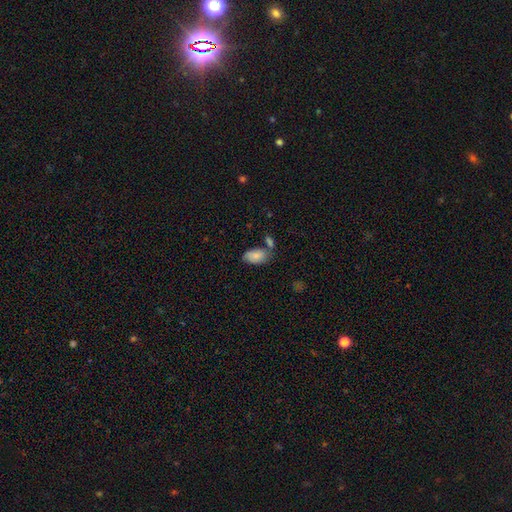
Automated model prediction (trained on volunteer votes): Smooth or featured? smooth (80%)
How rounded? in between (94%)
Merging? none (53%)